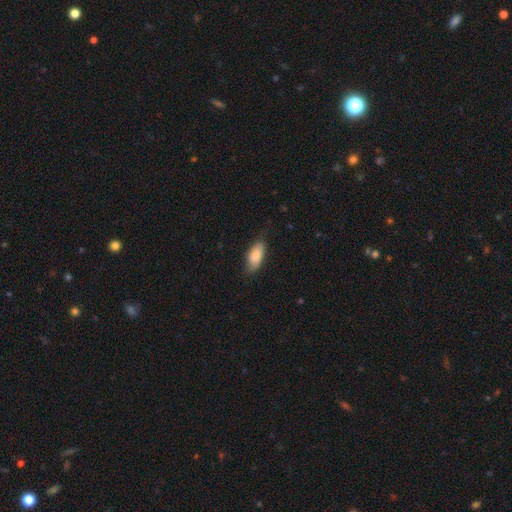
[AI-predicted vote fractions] smooth_or_featured: smooth (p=0.82) [alt: featured or disk p=0.12]
how_rounded: in between (p=0.86) [alt: cigar-shaped p=0.11]
merging: none (p=0.73) [alt: minor disturbance p=0.22]